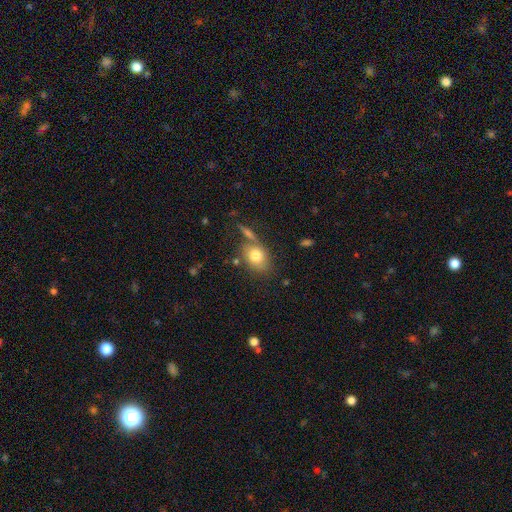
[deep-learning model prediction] Smooth or featured?
  - smooth: 76% *
  - featured or disk: 14%
  - star or artifact: 10%
How rounded?
  - in between: 60% *
  - round: 38%
  - cigar-shaped: 2%
Merging?
  - none: 61% *
  - merger: 17%
  - minor disturbance: 16%
  - major disturbance: 6%